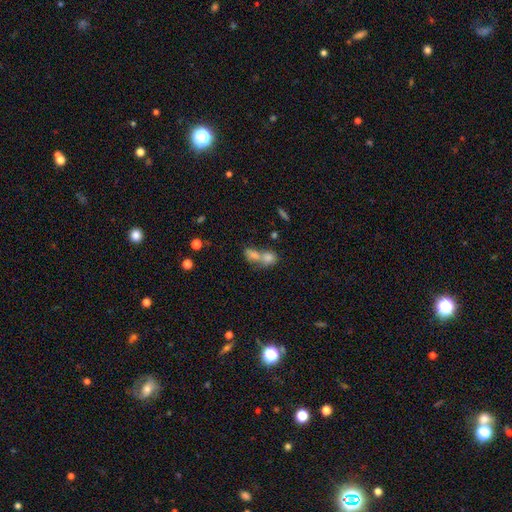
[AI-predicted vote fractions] Smooth or featured? Predicted: smooth (p=0.76). How rounded? Predicted: in between (p=0.67). Merging? Predicted: merger (p=0.70).